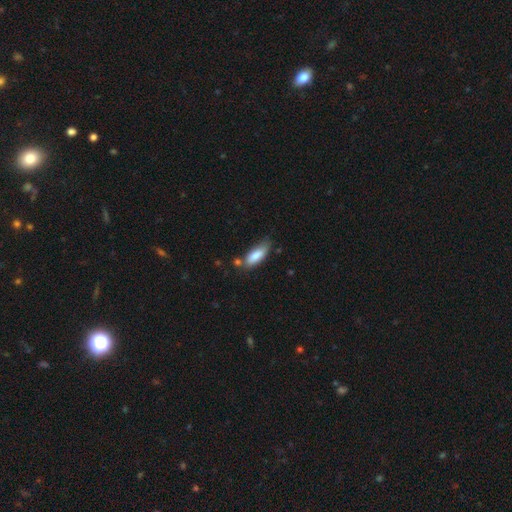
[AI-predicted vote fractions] A smooth galaxy with no disk features (81%) that is in between round and cigar-shaped (66%). Merging: none (55%).